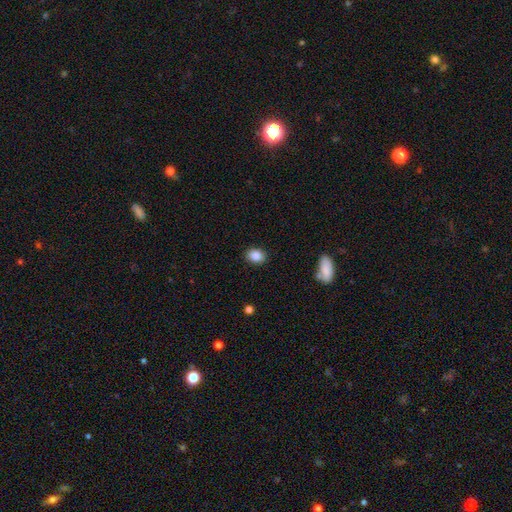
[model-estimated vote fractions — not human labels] This appears to be a smooth galaxy with no disk features (87%) that is in between round and cigar-shaped (60%). Merging: none (88%).